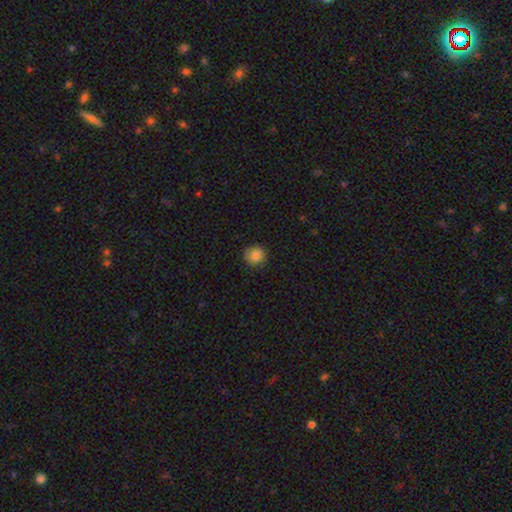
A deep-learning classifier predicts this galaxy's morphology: Q: Smooth or featured?
A: smooth (84%); runner-up: star or artifact (10%)
Q: How rounded?
A: round (91%); runner-up: in between (8%)
Q: Merging?
A: none (86%); runner-up: minor disturbance (10%)